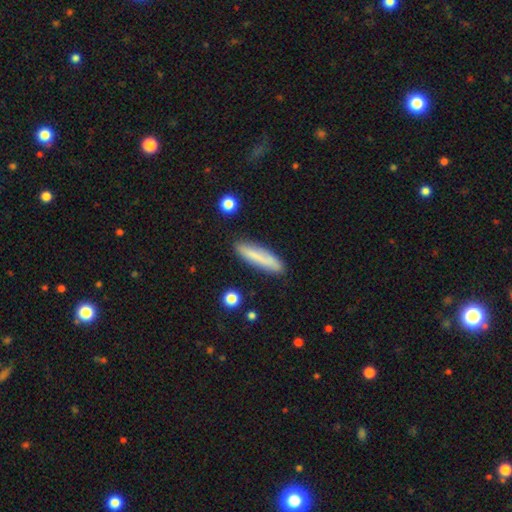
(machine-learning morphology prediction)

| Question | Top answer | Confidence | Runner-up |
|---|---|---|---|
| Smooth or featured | smooth | 73% | featured or disk (21%) |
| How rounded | cigar-shaped | 80% | in between (18%) |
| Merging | none | 82% | minor disturbance (13%) |